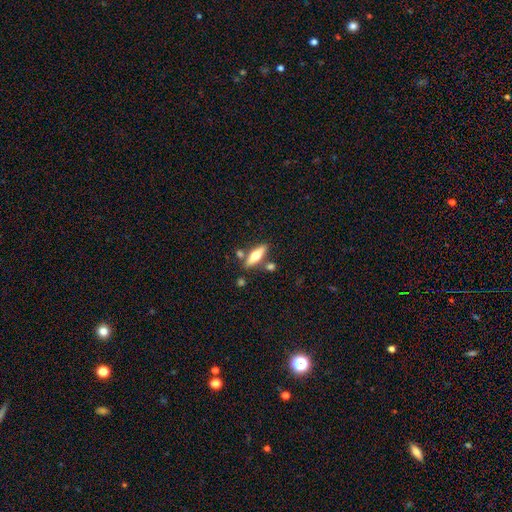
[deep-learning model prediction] smooth_or_featured: smooth (p=0.49) [alt: featured or disk p=0.45]
merging: none (p=0.74) [alt: minor disturbance p=0.12]